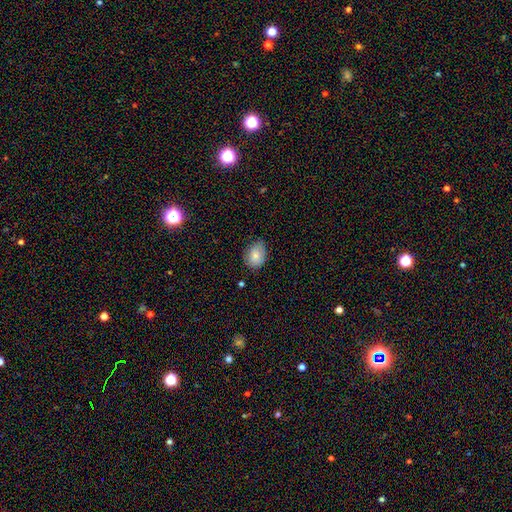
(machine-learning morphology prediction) Smooth or featured: smooth — 81% (featured or disk — 11%)
How rounded: in between — 69% (round — 30%)
Merging: none — 72% (minor disturbance — 23%)